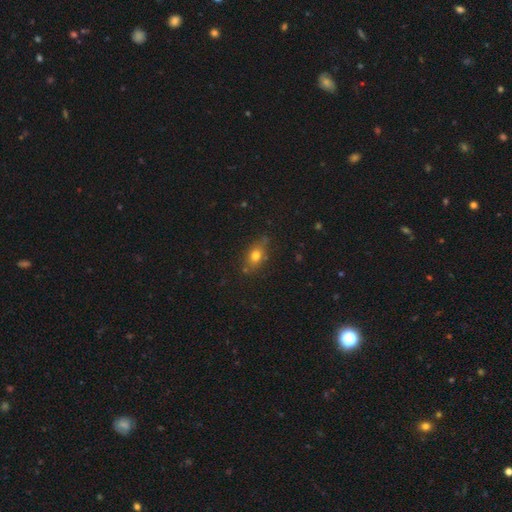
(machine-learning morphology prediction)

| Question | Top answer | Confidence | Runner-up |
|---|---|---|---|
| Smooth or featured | smooth | 74% | featured or disk (14%) |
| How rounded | in between | 68% | round (27%) |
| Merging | none | 73% | minor disturbance (19%) |